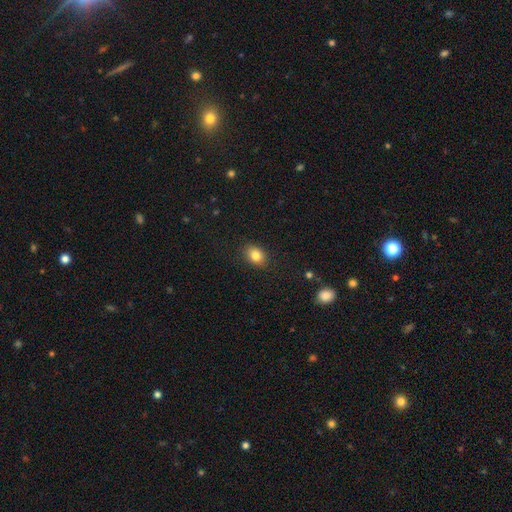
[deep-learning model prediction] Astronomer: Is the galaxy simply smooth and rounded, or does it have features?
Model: smooth — 82%.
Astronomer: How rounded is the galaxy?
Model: in between — 67%.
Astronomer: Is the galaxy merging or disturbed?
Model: none — 87%.